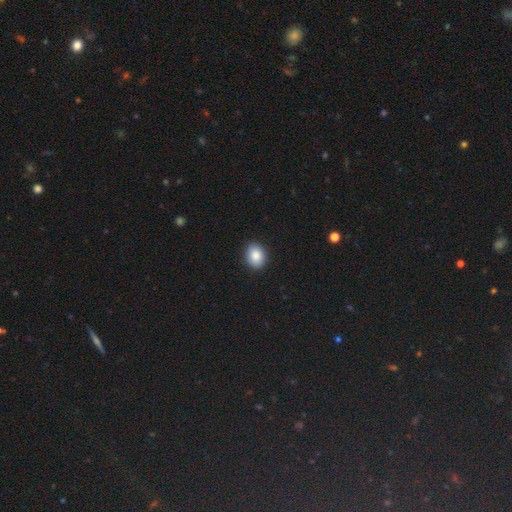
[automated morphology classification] This is clearly a smooth galaxy (87%). How rounded: likely in between (64%). Merging: clearly none (90%).